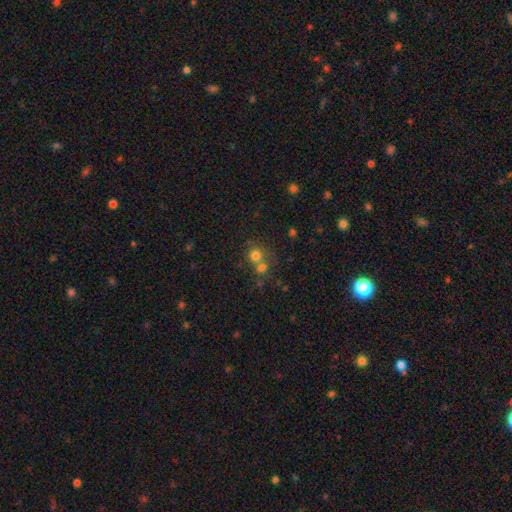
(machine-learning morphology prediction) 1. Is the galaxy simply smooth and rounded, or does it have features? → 73% smooth, 15% star or artifact, 12% featured or disk.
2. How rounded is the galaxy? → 84% round, 15% in between, 1% cigar-shaped.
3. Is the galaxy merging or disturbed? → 48% merger, 41% none, 7% minor disturbance, 4% major disturbance.